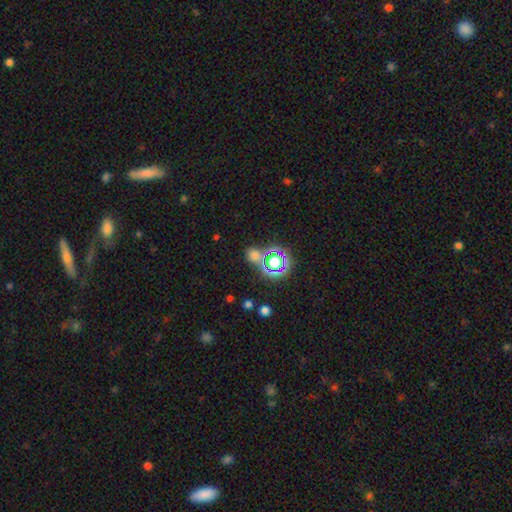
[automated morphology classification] Q: Smooth or featured?
A: star or artifact (49%); runner-up: smooth (43%)